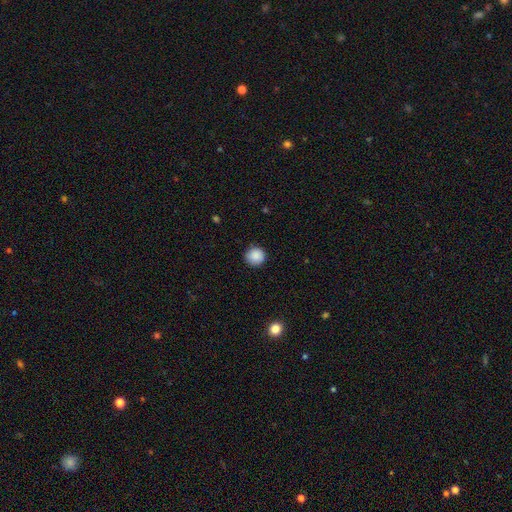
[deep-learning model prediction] smooth_or_featured: smooth (p=0.88) [alt: star or artifact p=0.09]
how_rounded: round (p=0.93) [alt: in between p=0.06]
merging: none (p=0.90) [alt: minor disturbance p=0.07]